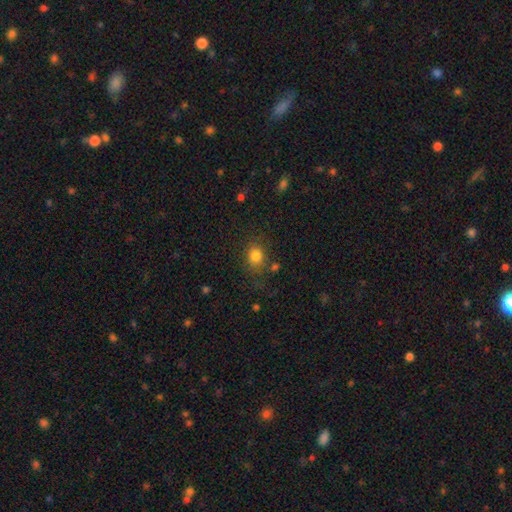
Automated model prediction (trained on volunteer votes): Smooth or featured?
  - smooth: 81% *
  - star or artifact: 12%
  - featured or disk: 7%
How rounded?
  - round: 66% *
  - in between: 33%
  - cigar-shaped: 1%
Merging?
  - none: 76% *
  - minor disturbance: 14%
  - major disturbance: 6%
  - merger: 5%